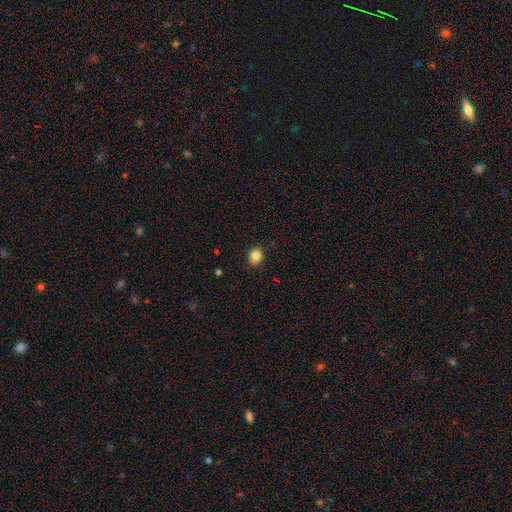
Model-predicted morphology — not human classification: type=smooth (84%); roundness=round (63%); merging=none (87%).